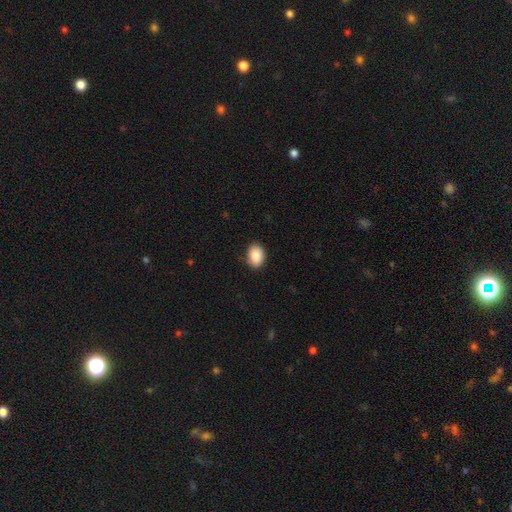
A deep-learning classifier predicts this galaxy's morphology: Smooth or featured? smooth (88%)
How rounded? in between (74%)
Merging? none (84%)